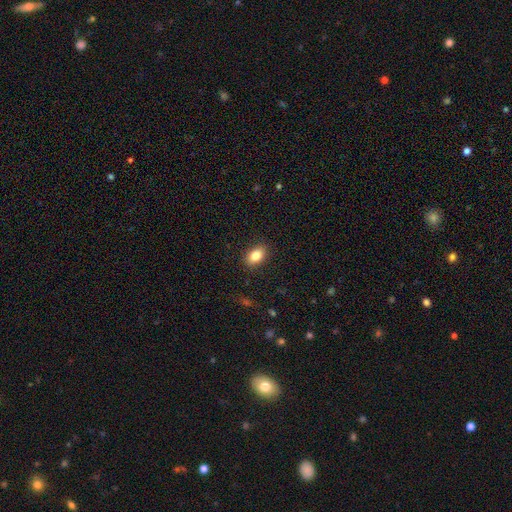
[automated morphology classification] This is clearly a smooth galaxy (84%). How rounded: clearly in between (85%). Merging: clearly none (88%).